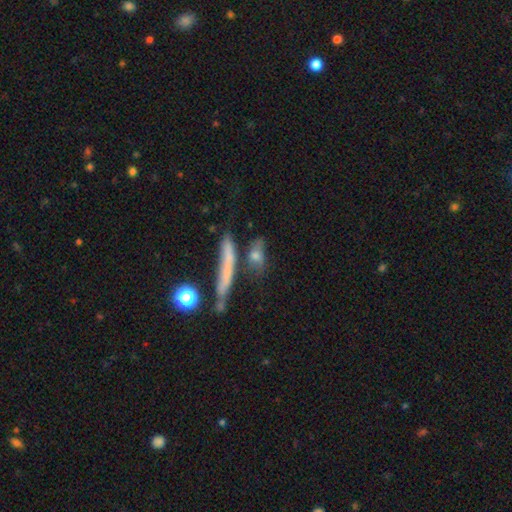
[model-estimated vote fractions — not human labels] smooth 64%, featured or disk 26%, star or artifact 10%. Down the decision tree: how rounded — cigar-shaped (50%); merging — none (56%).